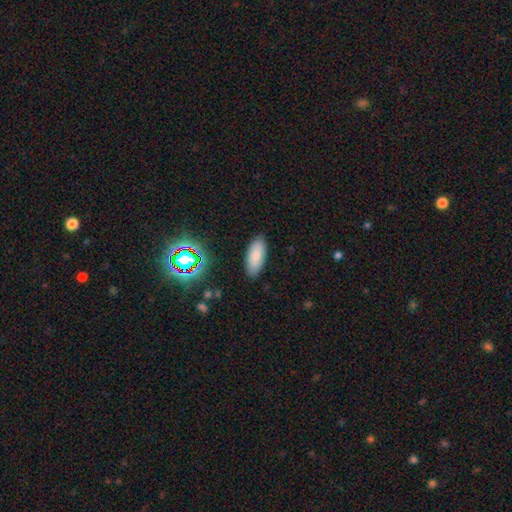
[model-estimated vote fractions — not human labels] smooth 83%, star or artifact 8%, featured or disk 8%. Down the decision tree: how rounded — in between (83%); merging — none (88%).